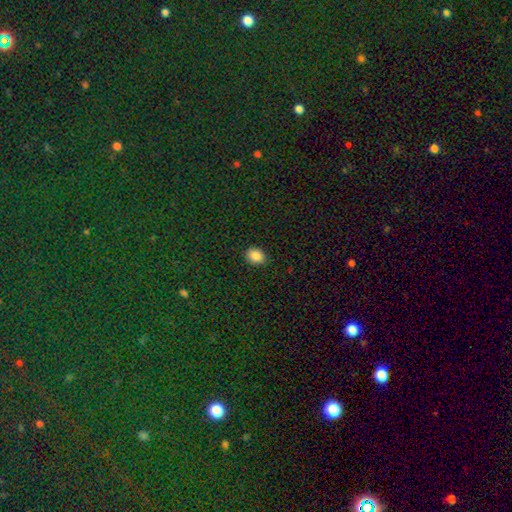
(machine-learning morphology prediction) smooth-or-featured: smooth: 87% | star or artifact: 9% | featured or disk: 4%
  how-rounded: in between: 68% | round: 31% | cigar-shaped: 1%
  merging: none: 89% | minor disturbance: 8% | major disturbance: 2% | merger: 1%